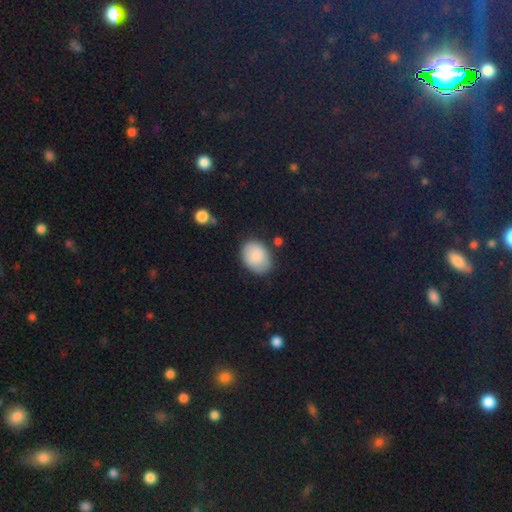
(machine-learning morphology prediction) Smooth or featured? smooth (86%)
How rounded? in between (70%)
Merging? none (71%)